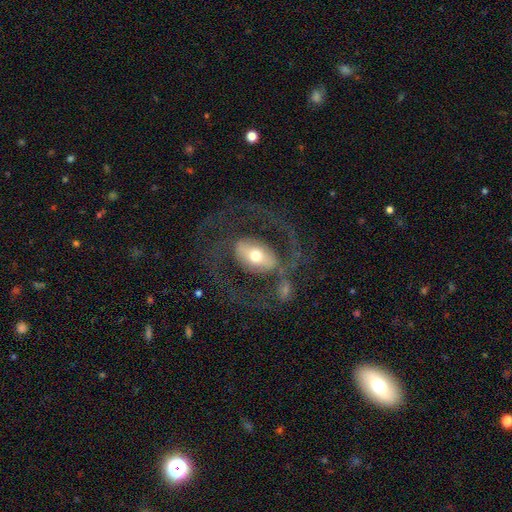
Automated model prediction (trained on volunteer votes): featured or disk 68%, smooth 26%, star or artifact 6%. Down the decision tree: edge-on disk — no (92%); bar — strong (42%); spiral arms — yes (58%); bulge size — moderate (63%); merging — none (60%).